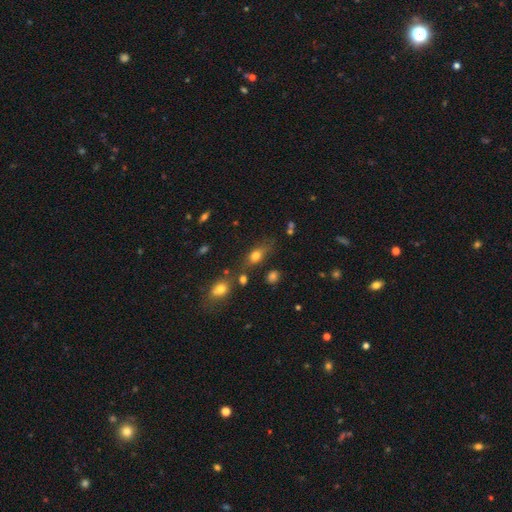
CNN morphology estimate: Q: Smooth or featured?
A: smooth (70%); runner-up: featured or disk (16%)
Q: How rounded?
A: in between (69%); runner-up: round (21%)
Q: Merging?
A: none (58%); runner-up: minor disturbance (22%)